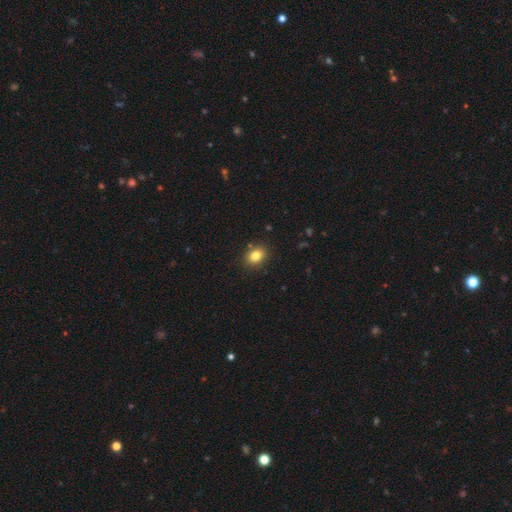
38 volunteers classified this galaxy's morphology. A smooth galaxy with no disk features (76%) that is in between round and cigar-shaped (55%).

Vote fractions:
- Smooth or featured? smooth: 76% / featured or disk: 16% / star or artifact: 8%
- How rounded? in between: 55% / round: 45% / cigar-shaped: 0%
- Merging? none: 83% / minor disturbance: 11% / major disturbance: 3% / merger: 3%